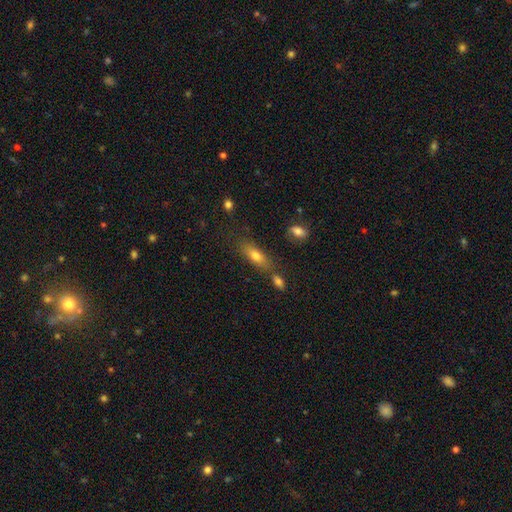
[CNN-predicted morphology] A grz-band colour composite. It shows a smooth galaxy with no disk features (72%) that is in between round and cigar-shaped (63%). Merging: none (65%).